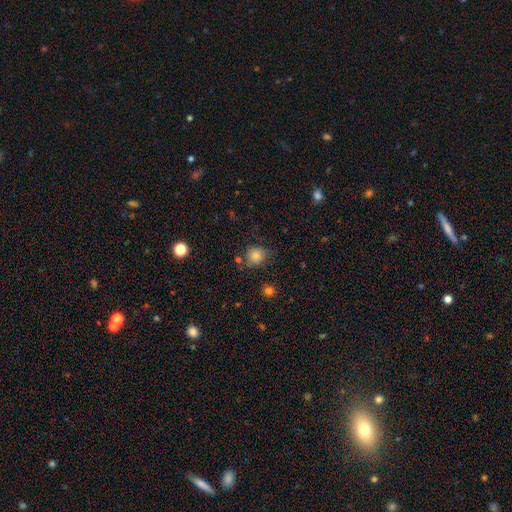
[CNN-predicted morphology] A smooth galaxy with no disk features (82%) that is round (79%). Merging: none (71%).